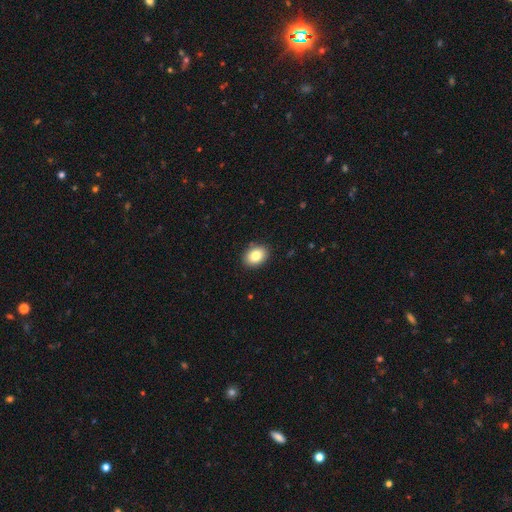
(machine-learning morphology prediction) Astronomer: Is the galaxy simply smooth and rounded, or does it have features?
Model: smooth — 83%.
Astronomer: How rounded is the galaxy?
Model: in between — 71%.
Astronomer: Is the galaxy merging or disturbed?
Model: none — 89%.